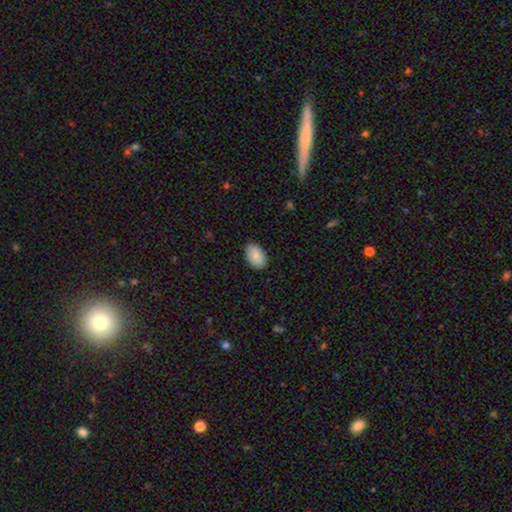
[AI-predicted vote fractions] This appears to be a smooth galaxy with no disk features (90%) that is in between round and cigar-shaped (93%). Merging: none (88%).